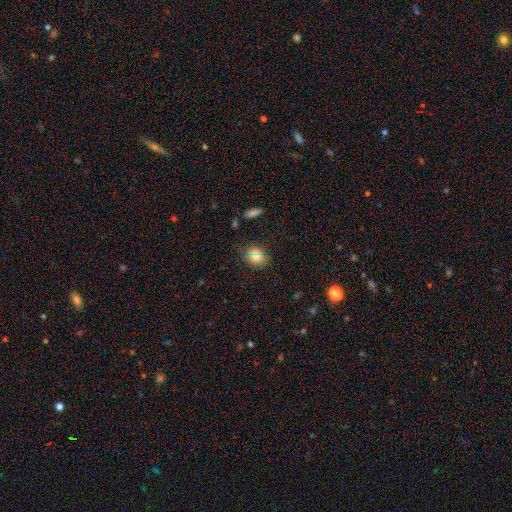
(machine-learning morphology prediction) Smooth or featured?
  - smooth: 70% *
  - star or artifact: 20%
  - featured or disk: 10%
How rounded?
  - in between: 54% *
  - round: 43%
  - cigar-shaped: 2%
Merging?
  - none: 82% *
  - minor disturbance: 12%
  - major disturbance: 3%
  - merger: 2%